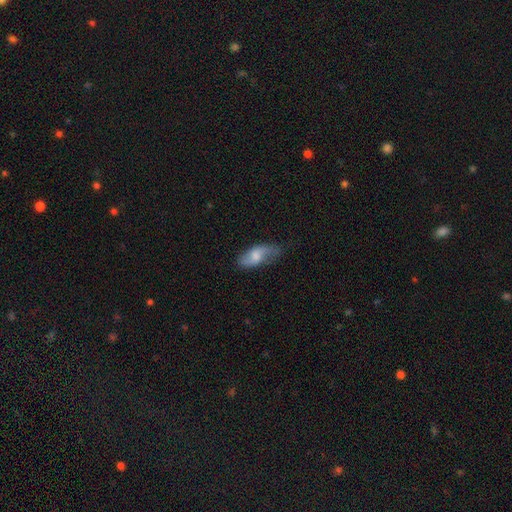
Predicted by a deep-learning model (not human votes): The model was most divided on "smooth or featured": smooth: 53%, featured or disk: 41%, star or artifact: 7%. More confident: how rounded — in between (85%); merging — none (60%).